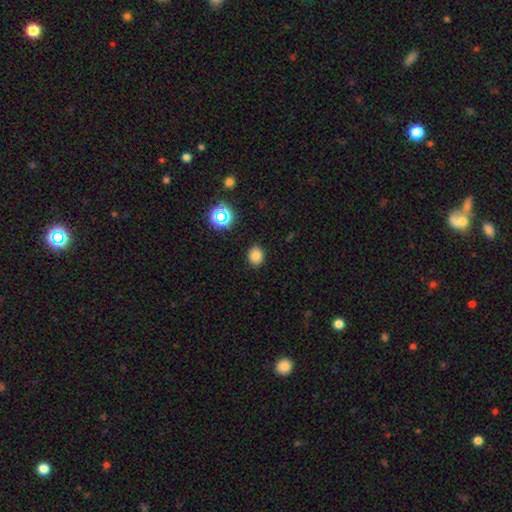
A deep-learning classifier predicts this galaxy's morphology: smooth-or-featured: smooth: 80% | star or artifact: 15% | featured or disk: 5%
  how-rounded: round: 57% | in between: 42% | cigar-shaped: 1%
  merging: none: 88% | minor disturbance: 8% | major disturbance: 2% | merger: 1%